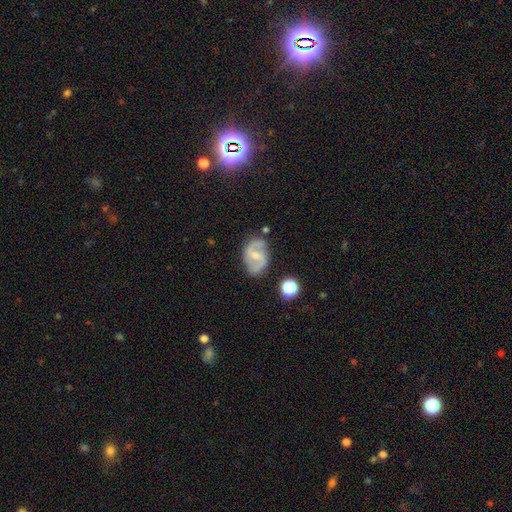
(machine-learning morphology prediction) smooth_or_featured: featured or disk (p=0.75) [alt: smooth p=0.18]
disk_edge_on: no (p=0.97) [alt: yes p=0.03]
bar: weak (p=0.47) [alt: no p=0.34]
has_spiral_arms: yes (p=0.87) [alt: no p=0.13]
spiral_winding: medium (p=0.51) [alt: loose p=0.27]
spiral_arm_count: 2 (p=0.86) [alt: can't tell p=0.08]
bulge_size: small (p=0.49) [alt: moderate p=0.45]
merging: none (p=0.73) [alt: minor disturbance p=0.19]